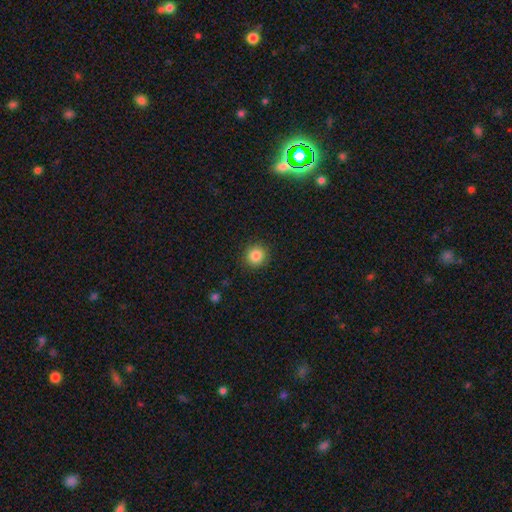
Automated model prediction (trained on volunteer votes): smooth 85%, star or artifact 10%, featured or disk 5%. Down the decision tree: how rounded — round (93%); merging — none (91%).